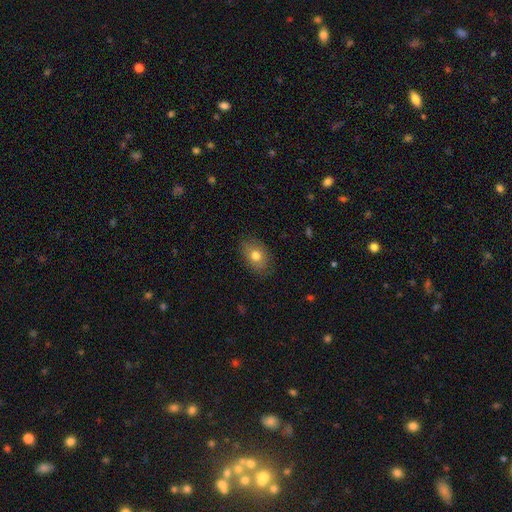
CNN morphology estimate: type=smooth (76%); roundness=in between (73%); merging=none (82%).